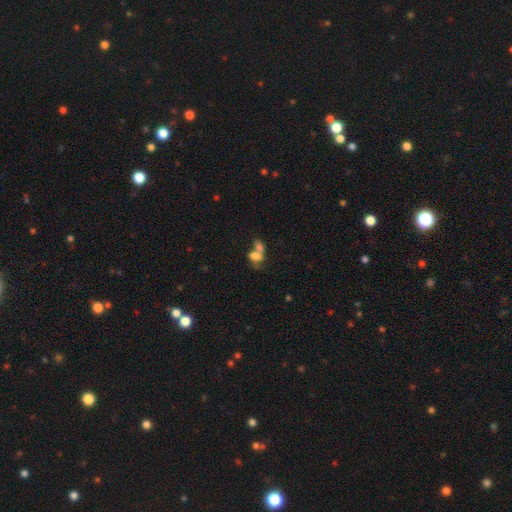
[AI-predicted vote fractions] A smooth galaxy with no disk features (66%) that is in between round and cigar-shaped (77%).

Vote fractions:
- Smooth or featured? smooth: 66% / featured or disk: 22% / star or artifact: 12%
- How rounded? in between: 77% / round: 19% / cigar-shaped: 3%
- Merging? merger: 64% / none: 19% / major disturbance: 8% / minor disturbance: 8%